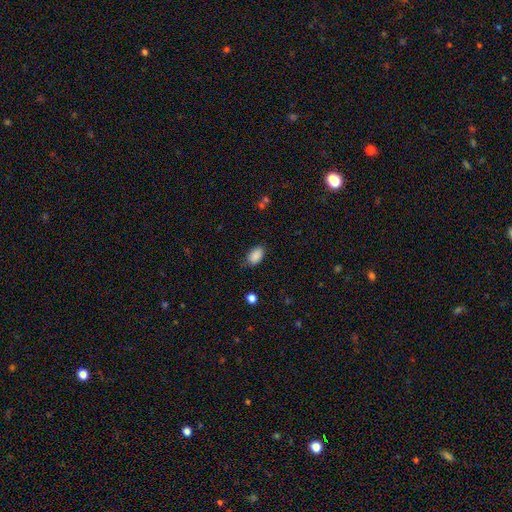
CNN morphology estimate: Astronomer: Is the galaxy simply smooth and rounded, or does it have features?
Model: smooth — 89%.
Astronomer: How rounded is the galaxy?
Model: in between — 91%.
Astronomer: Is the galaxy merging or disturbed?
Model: none — 78%.